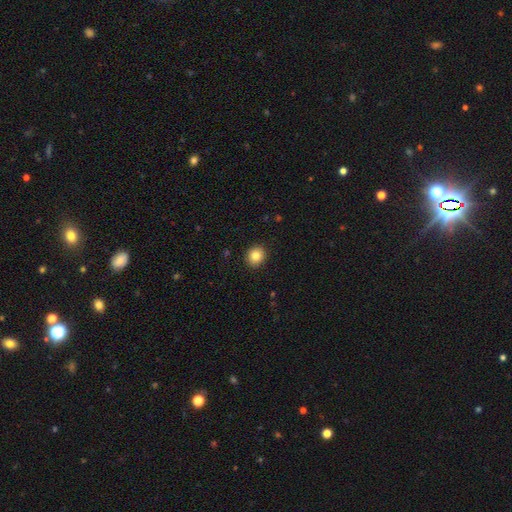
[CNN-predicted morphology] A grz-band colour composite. It shows a smooth galaxy with no disk features (83%) that is round (82%). Merging: none (92%).